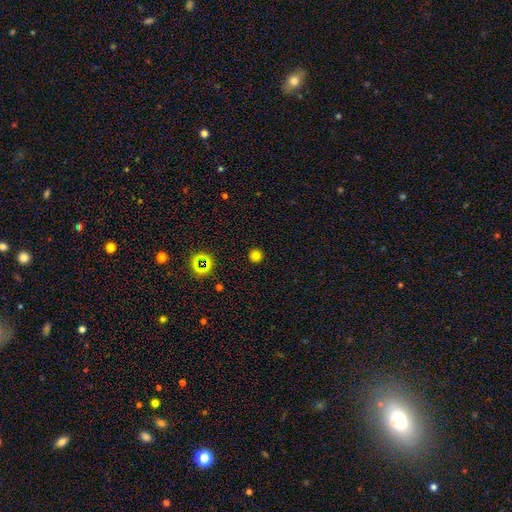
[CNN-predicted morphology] type=smooth (76%); roundness=round (96%); merging=none (92%).